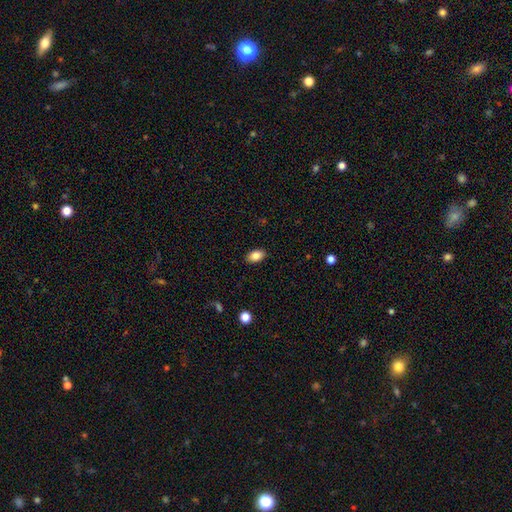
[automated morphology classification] Overall: smooth (86%). How rounded: in between (89%). Merging: none (88%).